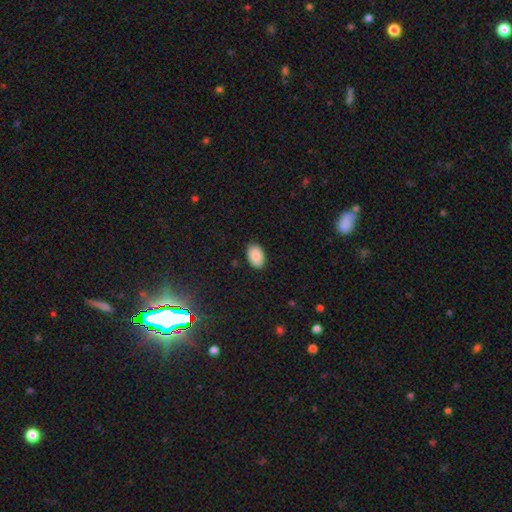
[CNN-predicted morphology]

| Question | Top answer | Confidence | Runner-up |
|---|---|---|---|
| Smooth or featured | smooth | 89% | star or artifact (7%) |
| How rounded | in between | 92% | round (7%) |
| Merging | none | 87% | minor disturbance (10%) |